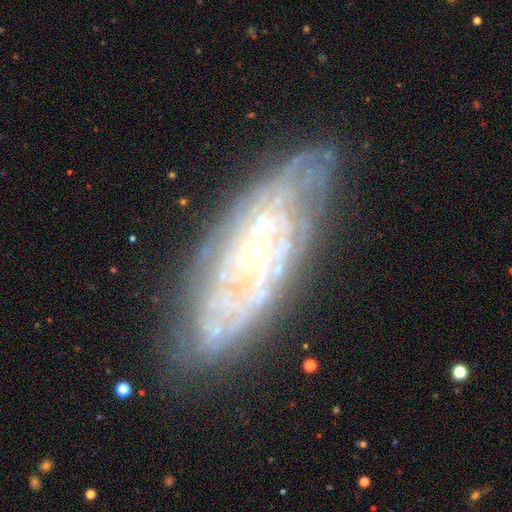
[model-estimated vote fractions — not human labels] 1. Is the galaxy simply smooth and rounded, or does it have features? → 80% featured or disk, 12% smooth, 8% star or artifact.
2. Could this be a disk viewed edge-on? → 84% no, 16% yes.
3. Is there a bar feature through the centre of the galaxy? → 58% no, 30% weak, 12% strong.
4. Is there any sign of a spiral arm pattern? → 85% yes, 15% no.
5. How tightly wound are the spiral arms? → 69% tight, 24% medium, 7% loose.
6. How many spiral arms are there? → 55% can't tell, 15% 2, 9% 3, 9% 4, 7% more than 4, 5% 1.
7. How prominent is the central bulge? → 79% small, 12% moderate, 7% none, 1% large, 1% dominant.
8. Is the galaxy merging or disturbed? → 74% none, 18% minor disturbance, 6% major disturbance, 2% merger.